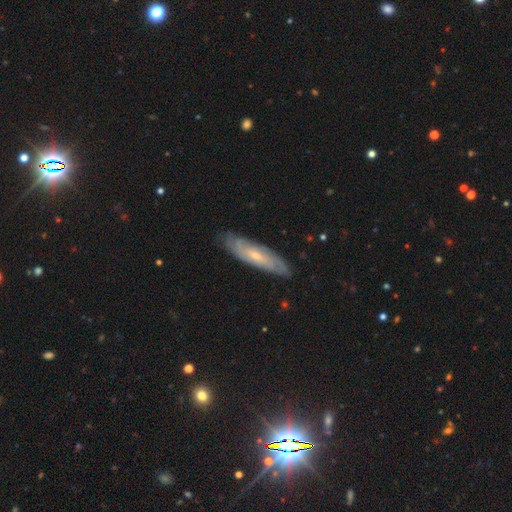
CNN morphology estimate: type=featured or disk (68%); edge-on=no (69%); merging=none (81%).